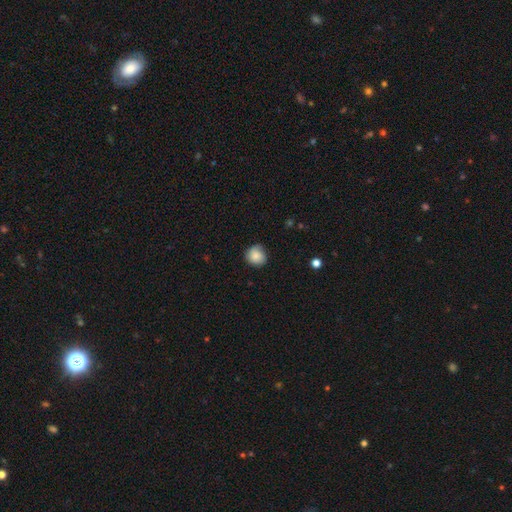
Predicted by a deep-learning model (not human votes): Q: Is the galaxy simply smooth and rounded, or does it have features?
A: smooth — 82%.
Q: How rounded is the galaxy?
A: round — 86%.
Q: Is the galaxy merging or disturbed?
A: none — 73%.